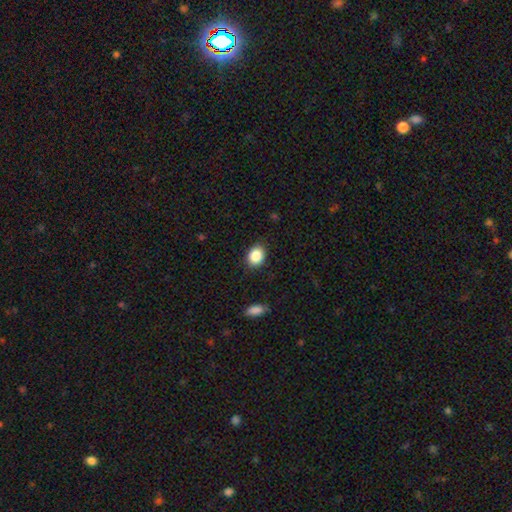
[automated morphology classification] Smooth or featured: smooth — 87% (star or artifact — 9%)
How rounded: in between — 56% (round — 43%)
Merging: none — 87% (minor disturbance — 9%)